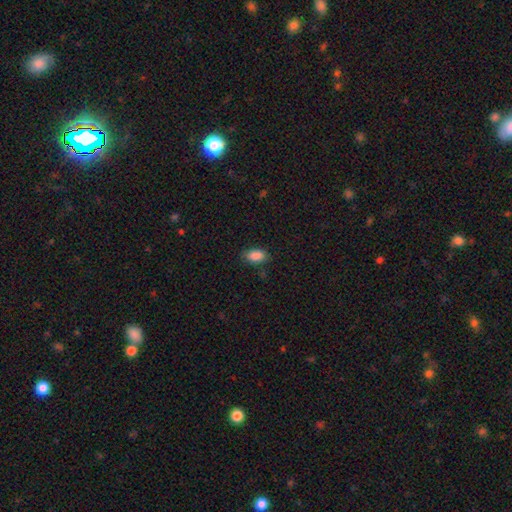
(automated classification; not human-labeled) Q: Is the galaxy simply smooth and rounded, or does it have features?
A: smooth — 88%.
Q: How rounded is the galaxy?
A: in between — 91%.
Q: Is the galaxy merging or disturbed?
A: none — 82%.